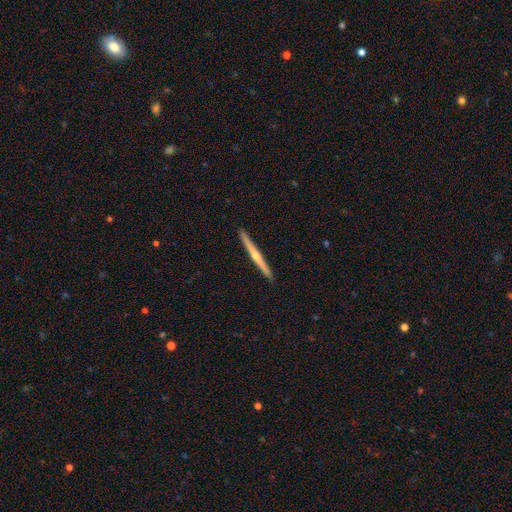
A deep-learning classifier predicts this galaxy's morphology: type=featured or disk (72%); edge-on=yes (98%); edge-on bulge=rounded (78%); merging=none (93%).